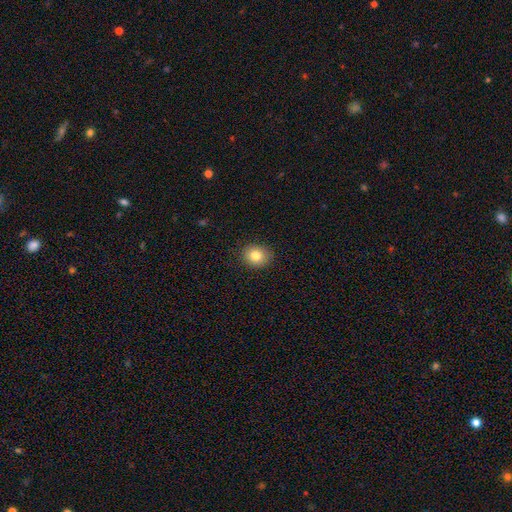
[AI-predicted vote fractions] Smooth or featured? Predicted: smooth (p=0.81). How rounded? Predicted: round (p=0.68). Merging? Predicted: none (p=0.89).